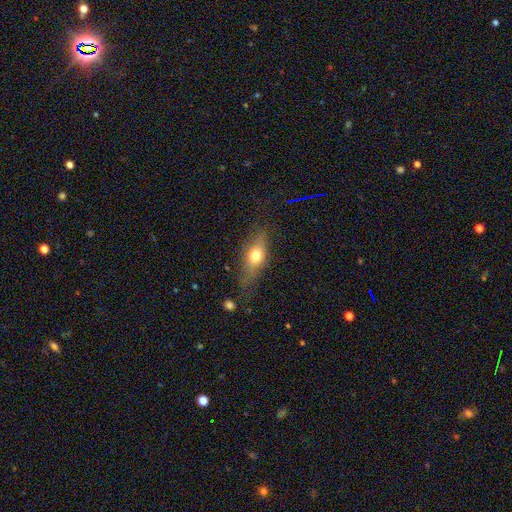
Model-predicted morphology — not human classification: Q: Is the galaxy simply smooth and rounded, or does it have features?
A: smooth — 59%.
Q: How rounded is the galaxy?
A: in between — 62%.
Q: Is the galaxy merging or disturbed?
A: none — 64%.